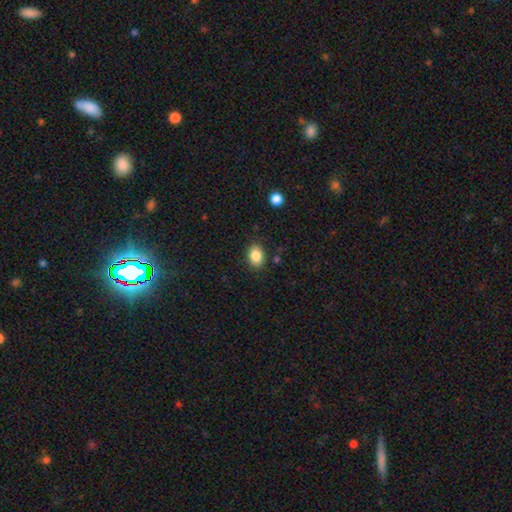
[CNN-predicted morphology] smooth 86%, star or artifact 9%, featured or disk 6%. Down the decision tree: how rounded — in between (77%); merging — none (86%).